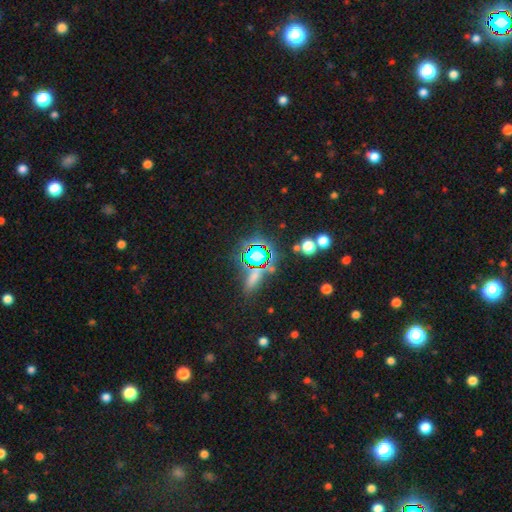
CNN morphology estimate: The model was most divided on "smooth or featured": star or artifact: 59%, smooth: 29%, featured or disk: 12%.